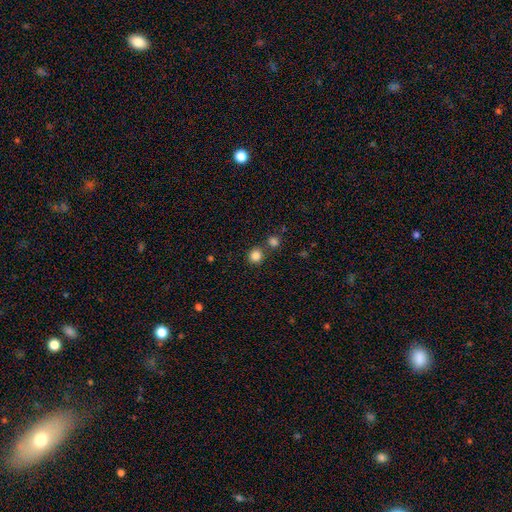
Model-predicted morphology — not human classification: A smooth galaxy with no disk features (84%) that is round (92%).

Vote fractions:
- Smooth or featured? smooth: 84% / star or artifact: 12% / featured or disk: 4%
- How rounded? round: 92% / in between: 7% / cigar-shaped: 1%
- Merging? none: 76% / merger: 15% / minor disturbance: 7% / major disturbance: 3%